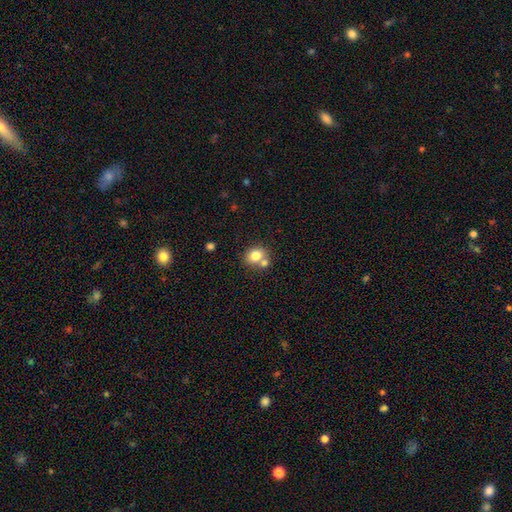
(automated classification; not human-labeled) This appears to be a smooth galaxy with no disk features (79%) that is round (62%). Merging: none (54%).